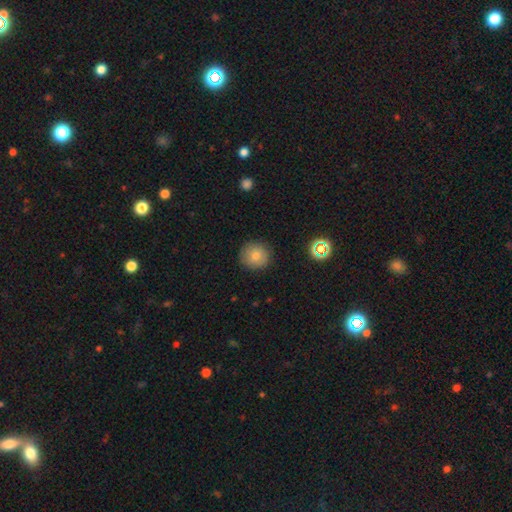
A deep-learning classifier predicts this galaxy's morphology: type=smooth (75%); roundness=round (92%); merging=none (89%).